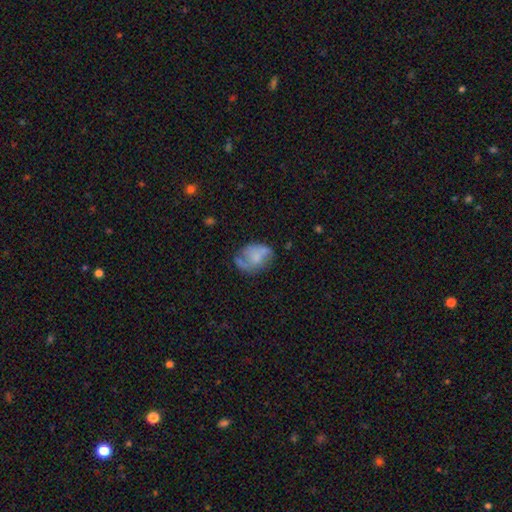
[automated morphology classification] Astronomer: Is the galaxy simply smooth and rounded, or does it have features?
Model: smooth — 47% (runner-up: featured or disk, 44%).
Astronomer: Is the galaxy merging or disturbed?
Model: none — 45% (runner-up: minor disturbance, 28%).